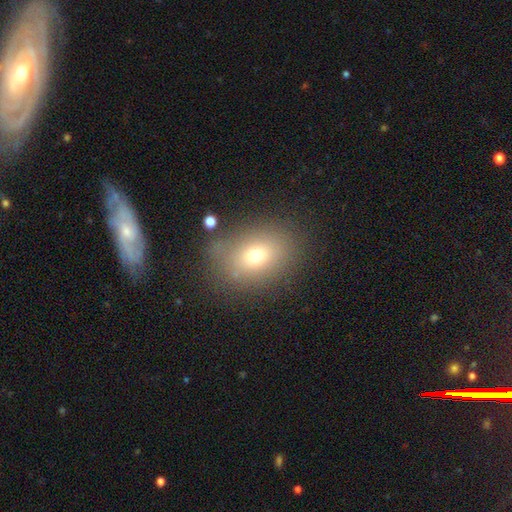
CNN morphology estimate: A smooth galaxy with no disk features (68%) that is in between round and cigar-shaped (64%).

Vote fractions:
- Smooth or featured? smooth: 68% / featured or disk: 16% / star or artifact: 16%
- How rounded? in between: 64% / round: 34% / cigar-shaped: 1%
- Merging? none: 76% / minor disturbance: 14% / major disturbance: 6% / merger: 4%